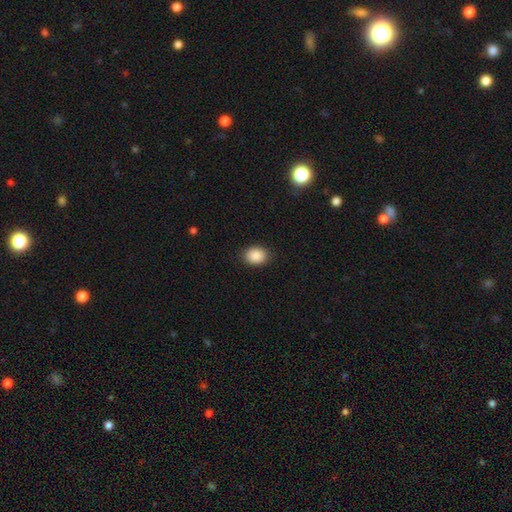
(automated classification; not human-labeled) smooth_or_featured: smooth (p=0.88) [alt: star or artifact p=0.08]
how_rounded: in between (p=0.59) [alt: round p=0.40]
merging: none (p=0.88) [alt: minor disturbance p=0.09]